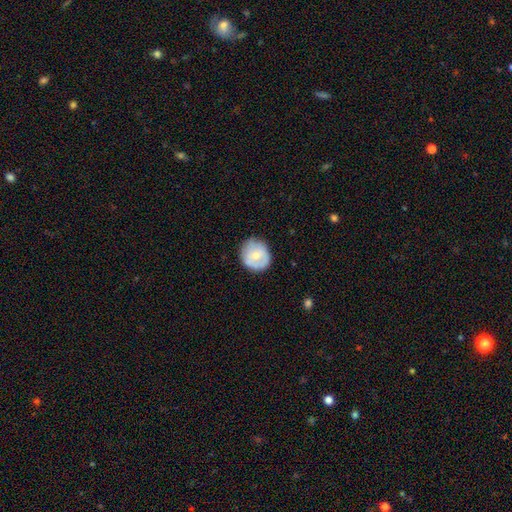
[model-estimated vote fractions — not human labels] smooth 59%, featured or disk 35%, star or artifact 7%. Down the decision tree: how rounded — round (82%); merging — none (74%).